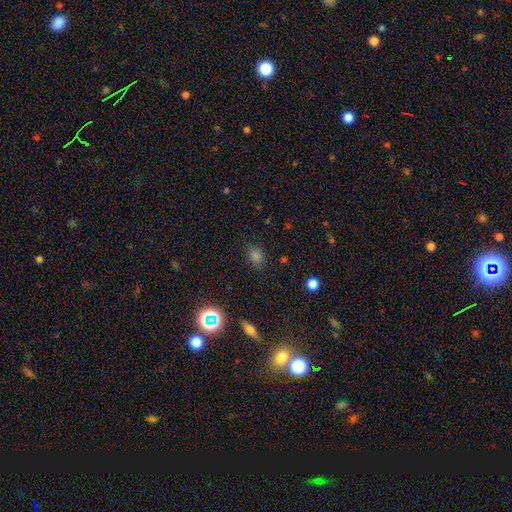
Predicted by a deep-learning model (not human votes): Smooth or featured? smooth (66%)
How rounded? round (51%)
Merging? none (81%)